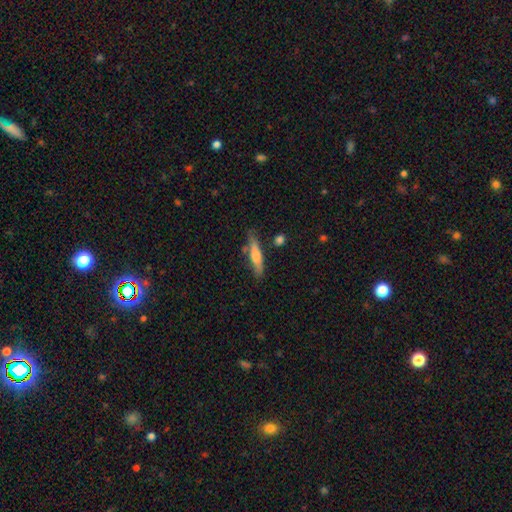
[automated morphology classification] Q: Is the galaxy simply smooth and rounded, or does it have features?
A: smooth — 50%.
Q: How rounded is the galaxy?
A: cigar-shaped — 87%.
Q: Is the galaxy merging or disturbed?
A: none — 77%.